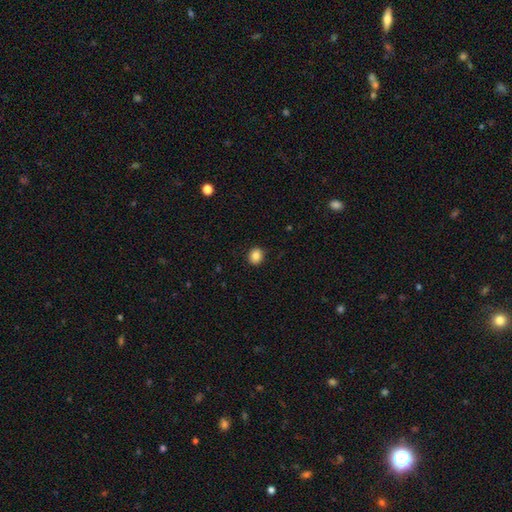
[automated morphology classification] This is clearly a smooth galaxy (86%). How rounded: likely round (75%). Merging: clearly none (91%).